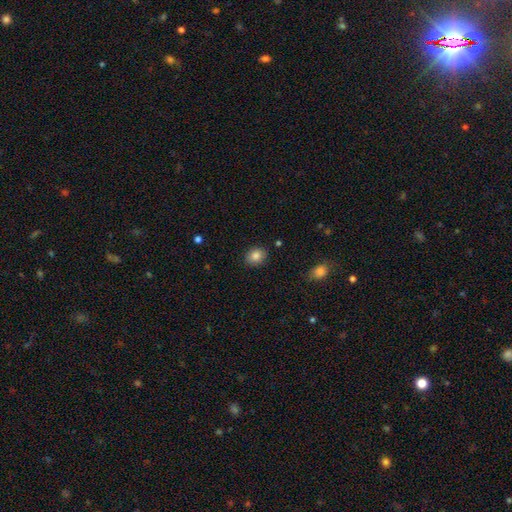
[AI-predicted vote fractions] Smooth or featured? Predicted: smooth (p=0.85). How rounded? Predicted: round (p=0.56). Merging? Predicted: none (p=0.87).